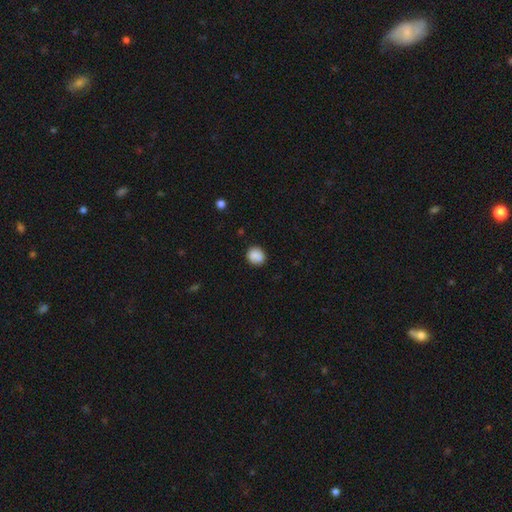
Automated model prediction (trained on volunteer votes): Smooth or featured? smooth (86%)
How rounded? round (79%)
Merging? none (81%)